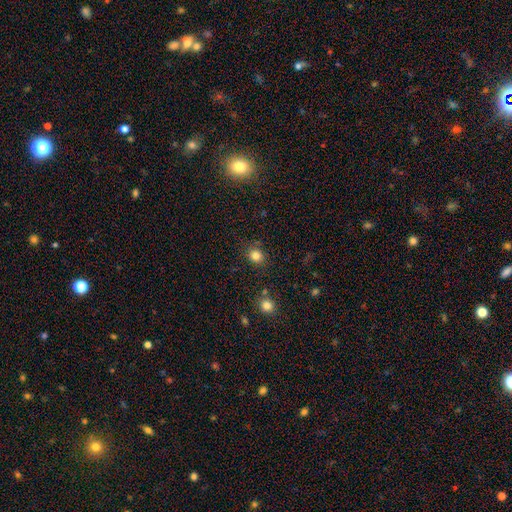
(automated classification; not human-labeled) Overall: smooth (82%). How rounded: round (78%). Merging: none (82%).